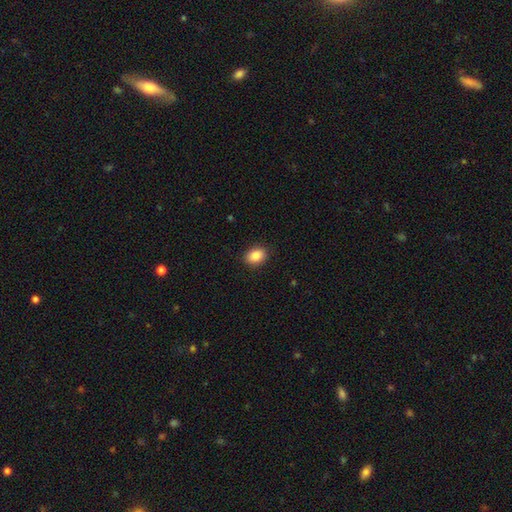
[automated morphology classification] Smooth or featured: smooth — 87% (star or artifact — 8%)
How rounded: in between — 71% (round — 28%)
Merging: none — 90% (minor disturbance — 7%)